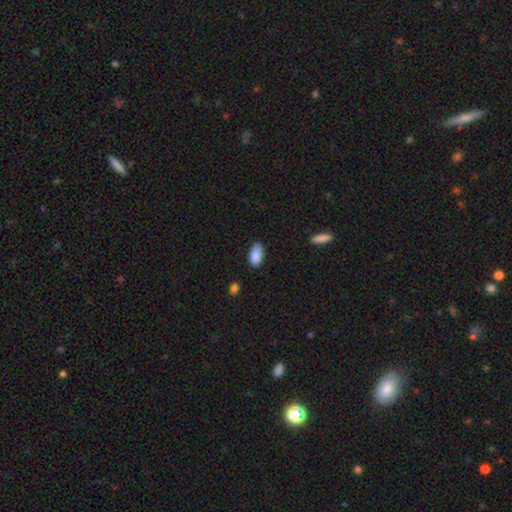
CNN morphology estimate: This is clearly a smooth galaxy (87%). How rounded: clearly in between (94%). Merging: likely none (74%).